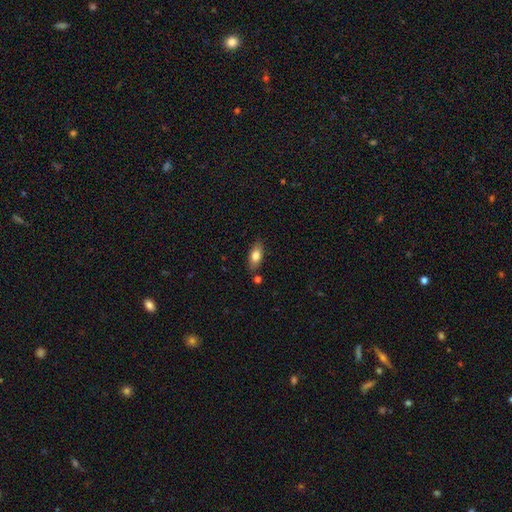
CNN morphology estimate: smooth-or-featured: smooth: 76% | featured or disk: 16% | star or artifact: 7%
  how-rounded: in between: 84% | cigar-shaped: 12% | round: 4%
  merging: none: 80% | minor disturbance: 13% | merger: 5% | major disturbance: 3%